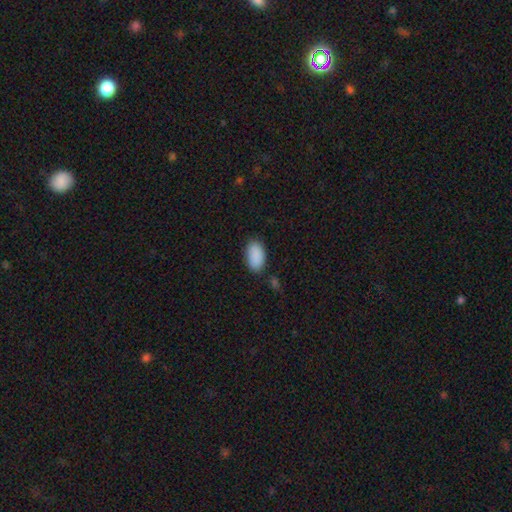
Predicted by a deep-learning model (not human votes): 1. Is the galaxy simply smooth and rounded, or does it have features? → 90% smooth, 7% star or artifact, 3% featured or disk.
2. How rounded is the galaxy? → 94% in between, 4% round, 2% cigar-shaped.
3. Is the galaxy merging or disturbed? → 83% none, 12% minor disturbance, 3% major disturbance, 2% merger.